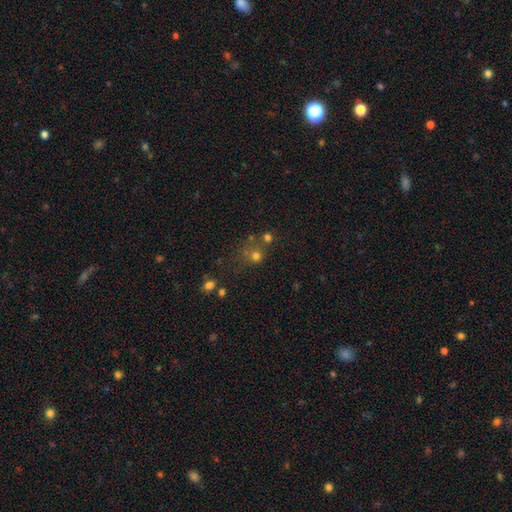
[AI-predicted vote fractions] Q: Smooth or featured?
A: smooth (68%); runner-up: star or artifact (22%)
Q: How rounded?
A: round (84%); runner-up: in between (15%)
Q: Merging?
A: none (53%); runner-up: merger (27%)